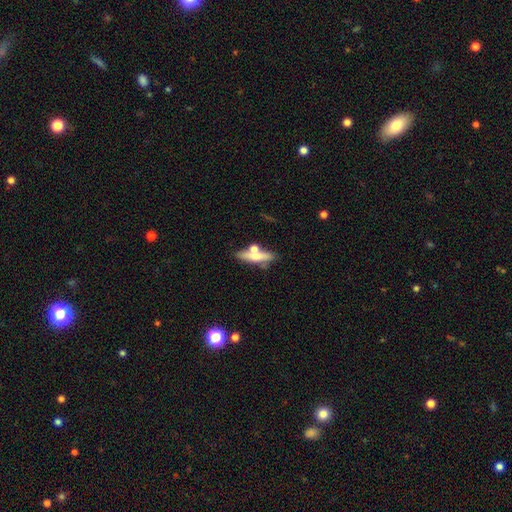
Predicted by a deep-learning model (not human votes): Smooth or featured? Predicted: smooth (p=0.51). How rounded? Predicted: cigar-shaped (p=0.63). Merging? Predicted: none (p=0.58).